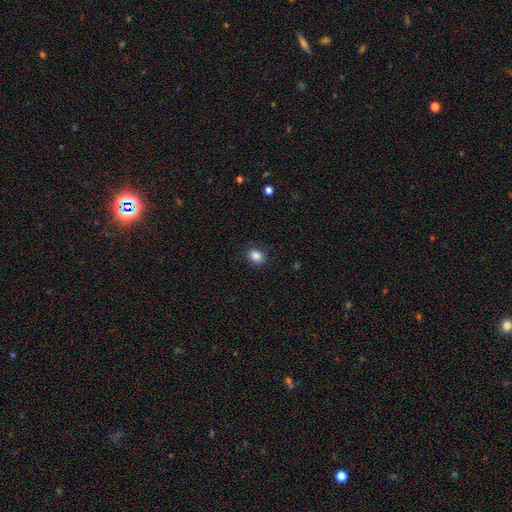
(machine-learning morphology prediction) This is clearly a smooth galaxy (86%). How rounded: possibly round (54%). Merging: clearly none (88%).